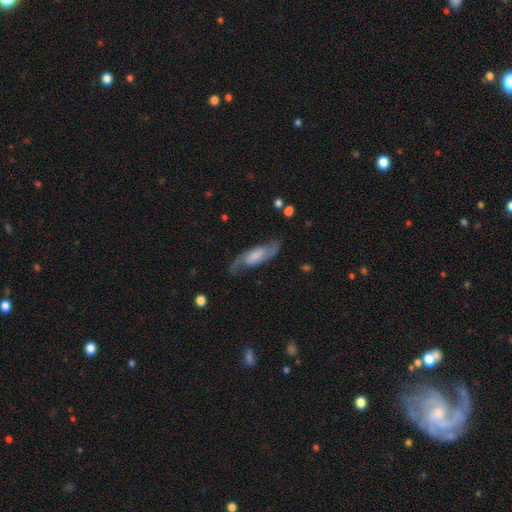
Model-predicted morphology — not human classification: A featured or disk galaxy (67%) with no bar (46%), 2 (86%) medium (45%) spiral arms (92%) and a small central bulge (30%). Merging: none (71%).